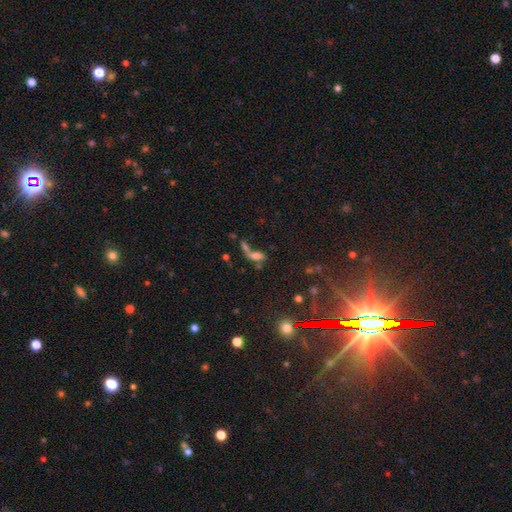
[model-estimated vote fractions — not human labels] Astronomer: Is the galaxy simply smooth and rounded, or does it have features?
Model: smooth — 51% (runner-up: featured or disk, 28%).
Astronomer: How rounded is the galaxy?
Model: in between — 66%.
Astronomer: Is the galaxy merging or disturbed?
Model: merger — 47% (runner-up: none, 23%).